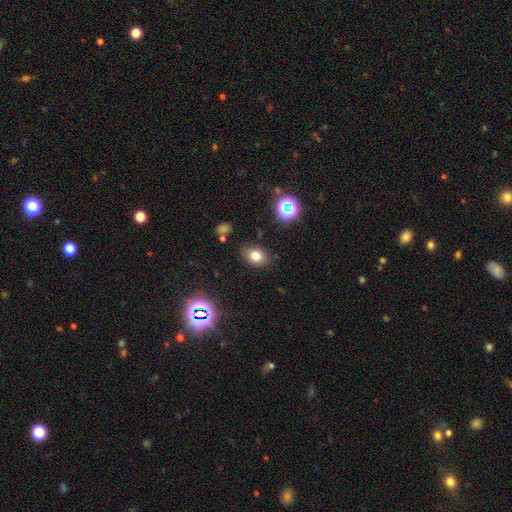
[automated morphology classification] Smooth or featured: smooth — 76% (star or artifact — 15%)
How rounded: in between — 63% (round — 36%)
Merging: none — 83% (minor disturbance — 12%)